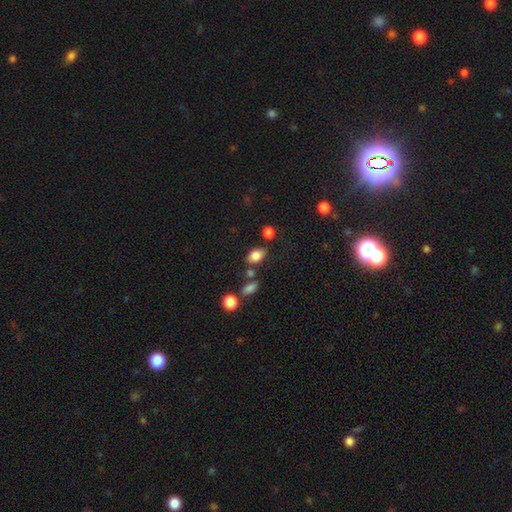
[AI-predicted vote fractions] Smooth or featured? smooth (83%)
How rounded? in between (79%)
Merging? none (67%)